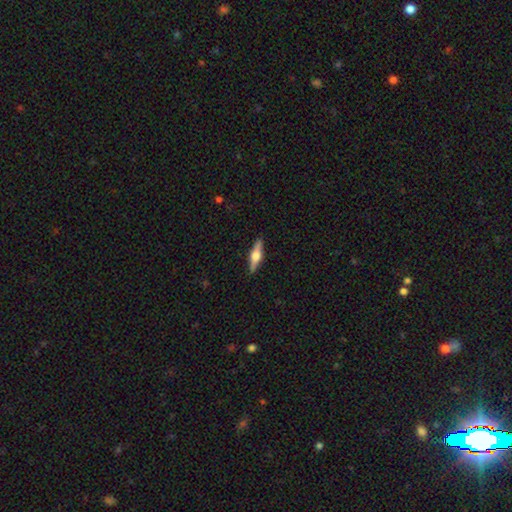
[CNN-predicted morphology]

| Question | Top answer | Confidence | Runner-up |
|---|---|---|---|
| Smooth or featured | featured or disk | 66% | smooth (28%) |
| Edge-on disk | yes | 97% | no (3%) |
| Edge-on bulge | rounded | 93% | boxy (5%) |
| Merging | none | 90% | minor disturbance (7%) |